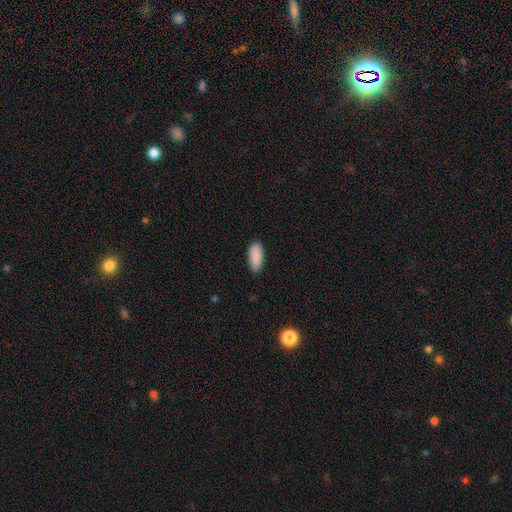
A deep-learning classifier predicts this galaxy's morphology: A smooth galaxy with no disk features (90%) that is in between round and cigar-shaped (87%). Merging: none (79%).